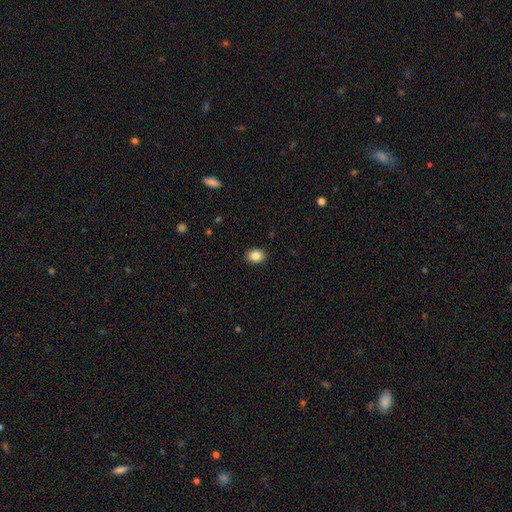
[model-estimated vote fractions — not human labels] This is clearly a smooth galaxy (85%). How rounded: possibly in between (58%). Merging: clearly none (90%).